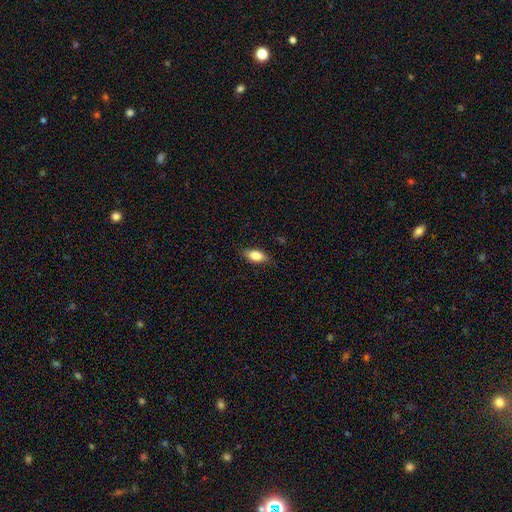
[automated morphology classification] A smooth galaxy with no disk features (83%) that is in between round and cigar-shaped (86%). Merging: none (82%).